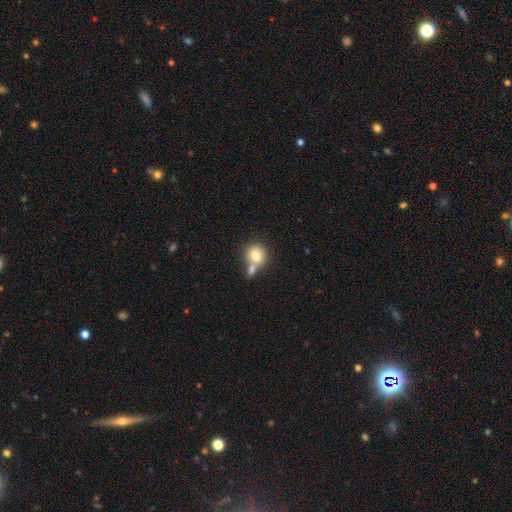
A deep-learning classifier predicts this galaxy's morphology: Smooth or featured?
  - smooth: 77% *
  - featured or disk: 14%
  - star or artifact: 9%
How rounded?
  - round: 79% *
  - in between: 20%
  - cigar-shaped: 1%
Merging?
  - merger: 43% *
  - none: 42%
  - minor disturbance: 11%
  - major disturbance: 4%